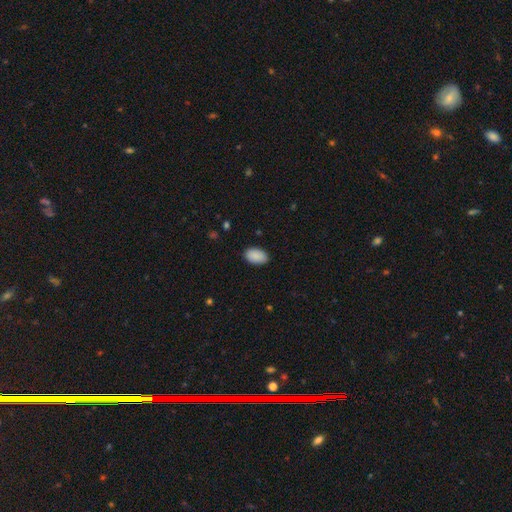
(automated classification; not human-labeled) Smooth or featured? smooth (90%)
How rounded? in between (93%)
Merging? none (87%)